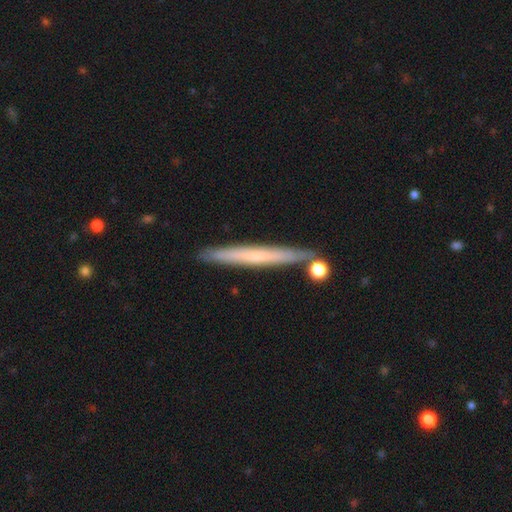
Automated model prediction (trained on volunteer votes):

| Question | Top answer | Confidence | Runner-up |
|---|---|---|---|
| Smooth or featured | featured or disk | 49% | smooth (45%) |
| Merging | none | 84% | minor disturbance (9%) |